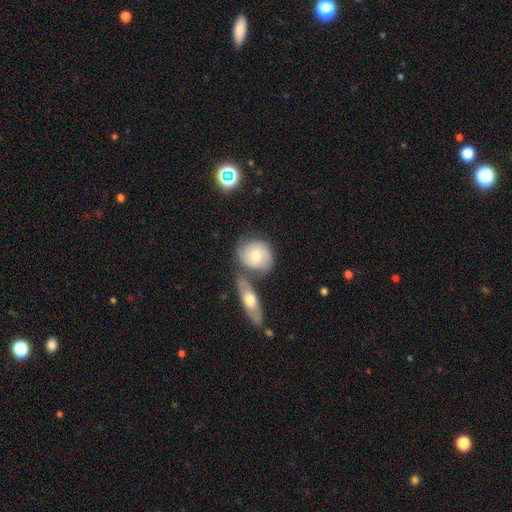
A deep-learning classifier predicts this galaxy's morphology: smooth 52%, featured or disk 42%, star or artifact 6%. Down the decision tree: how rounded — round (67%); merging — none (51%).